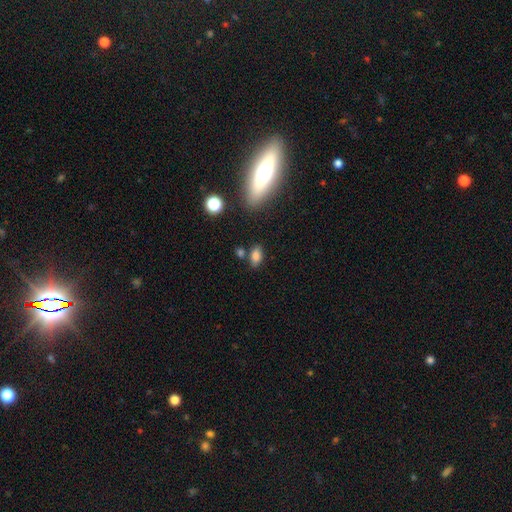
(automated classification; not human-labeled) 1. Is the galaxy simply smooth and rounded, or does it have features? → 81% smooth, 11% star or artifact, 8% featured or disk.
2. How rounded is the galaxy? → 87% in between, 10% round, 3% cigar-shaped.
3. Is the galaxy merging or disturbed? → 72% none, 14% minor disturbance, 10% merger, 4% major disturbance.